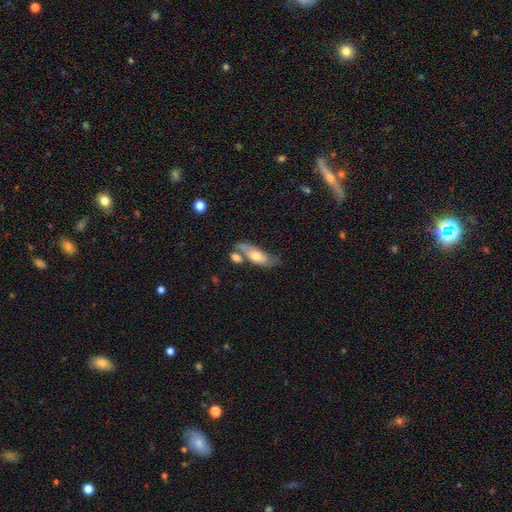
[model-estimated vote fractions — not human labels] Smooth or featured? Predicted: smooth (p=0.54). How rounded? Predicted: in between (p=0.74). Merging? Predicted: none (p=0.41).